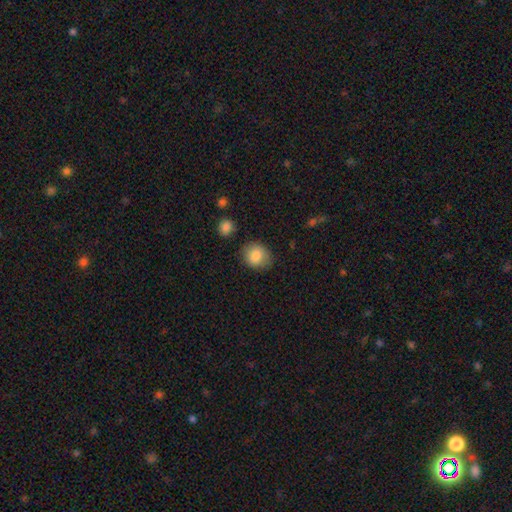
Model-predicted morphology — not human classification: Overall: smooth (85%). How rounded: round (72%). Merging: none (76%).